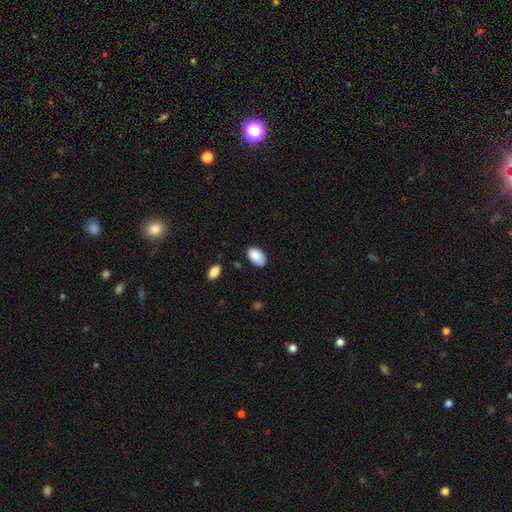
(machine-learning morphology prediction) Smooth or featured? smooth (88%)
How rounded? in between (93%)
Merging? none (74%)